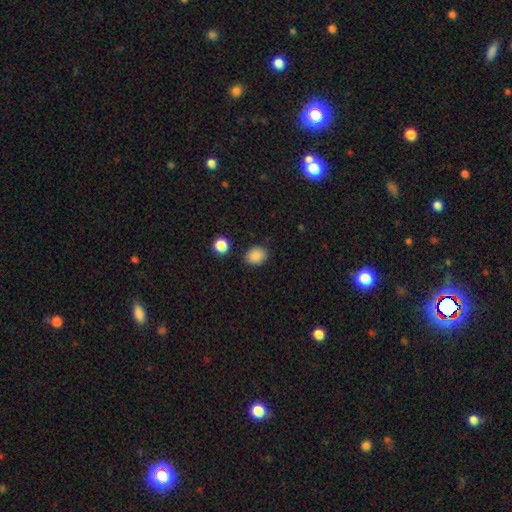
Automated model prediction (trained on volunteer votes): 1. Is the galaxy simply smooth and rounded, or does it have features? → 87% smooth, 9% star or artifact, 4% featured or disk.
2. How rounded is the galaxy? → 52% in between, 47% round, 1% cigar-shaped.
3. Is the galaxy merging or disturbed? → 83% none, 11% minor disturbance, 3% major disturbance, 3% merger.